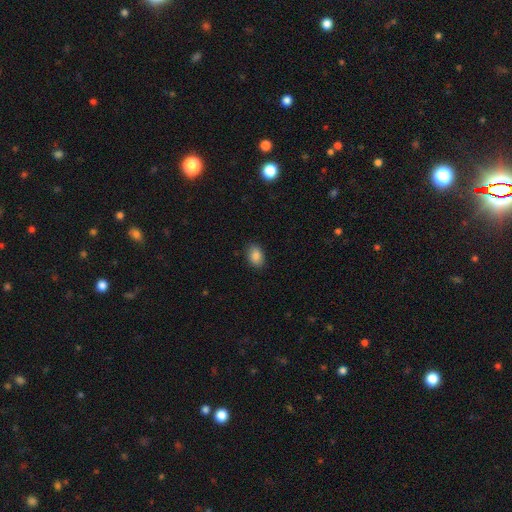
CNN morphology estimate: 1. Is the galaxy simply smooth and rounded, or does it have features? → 86% smooth, 9% star or artifact, 5% featured or disk.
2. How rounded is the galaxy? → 82% in between, 17% round, 1% cigar-shaped.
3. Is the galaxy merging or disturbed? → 86% none, 10% minor disturbance, 2% major disturbance, 1% merger.